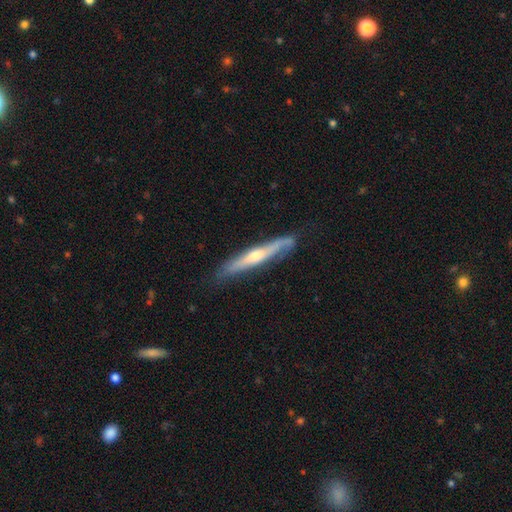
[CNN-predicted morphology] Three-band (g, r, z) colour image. It shows a featured or disk galaxy (65%) viewed edge-on (91%) with a rounded central bulge (79%). Merging: none (81%).